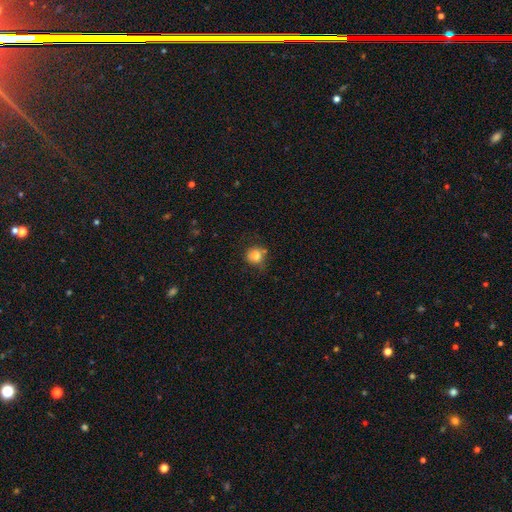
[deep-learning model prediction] Smooth or featured? smooth (82%)
How rounded? round (83%)
Merging? none (64%)